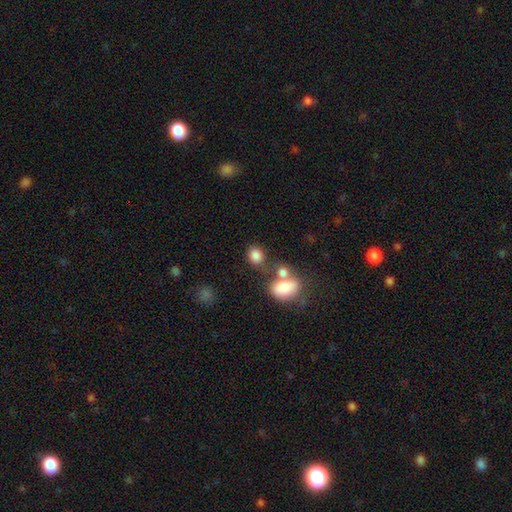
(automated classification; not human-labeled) Q: Smooth or featured?
A: smooth (83%); runner-up: star or artifact (10%)
Q: How rounded?
A: round (54%); runner-up: in between (45%)
Q: Merging?
A: none (57%); runner-up: merger (24%)